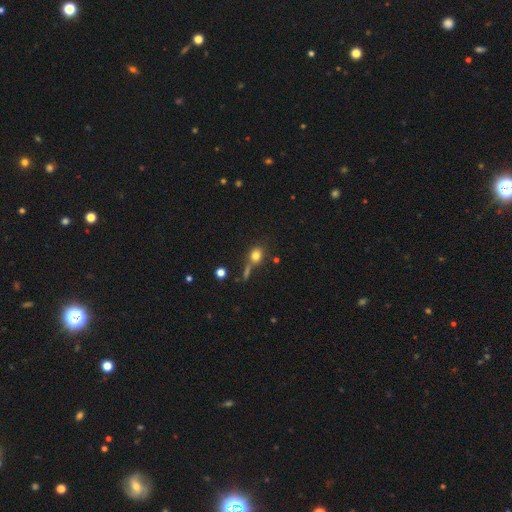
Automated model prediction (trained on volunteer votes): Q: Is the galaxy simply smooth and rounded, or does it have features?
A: smooth — 77%.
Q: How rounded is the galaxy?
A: round — 68%.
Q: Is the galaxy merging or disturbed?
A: none — 58%.